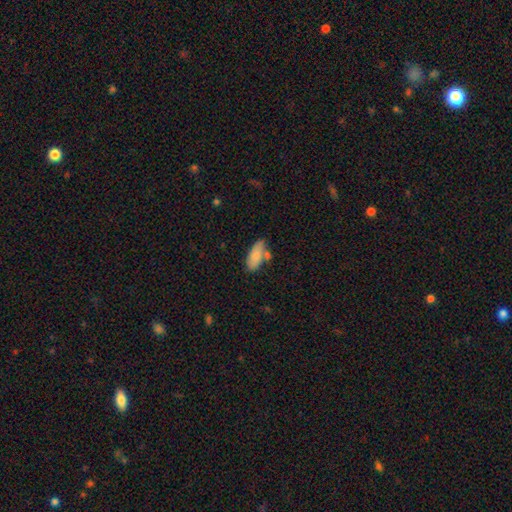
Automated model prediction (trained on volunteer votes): Smooth or featured?
  - smooth: 82% *
  - featured or disk: 11%
  - star or artifact: 7%
How rounded?
  - in between: 85% *
  - cigar-shaped: 12%
  - round: 2%
Merging?
  - none: 58% *
  - minor disturbance: 20%
  - merger: 17%
  - major disturbance: 5%